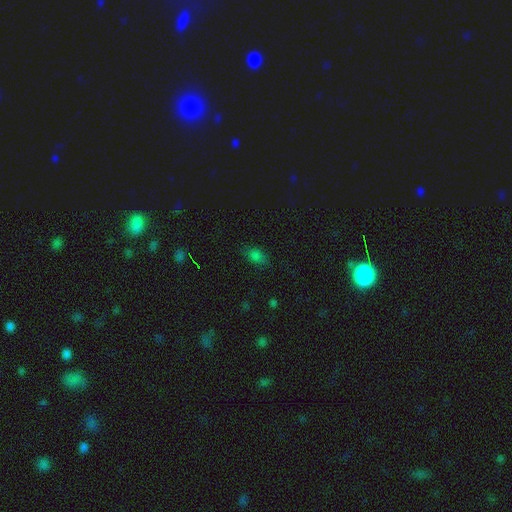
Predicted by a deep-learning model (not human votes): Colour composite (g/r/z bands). It shows a smooth galaxy with no disk features (76%) that is in between round and cigar-shaped (83%). Merging: none (77%).